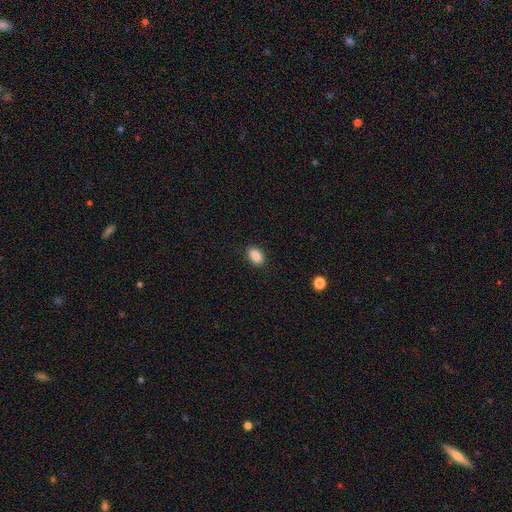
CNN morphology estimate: smooth-or-featured: smooth: 88% | star or artifact: 8% | featured or disk: 3%
  how-rounded: in between: 89% | round: 9% | cigar-shaped: 2%
  merging: none: 88% | minor disturbance: 9% | major disturbance: 2% | merger: 1%